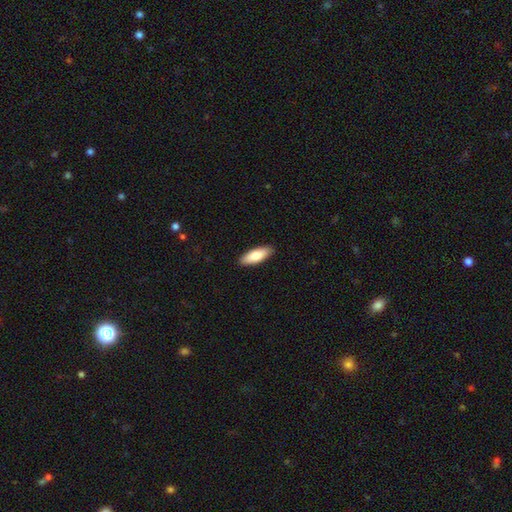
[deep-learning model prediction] The model was most divided on "how rounded": in between: 69%, cigar-shaped: 29%, round: 2%. More confident: merging — none (90%); smooth or featured — smooth (80%).